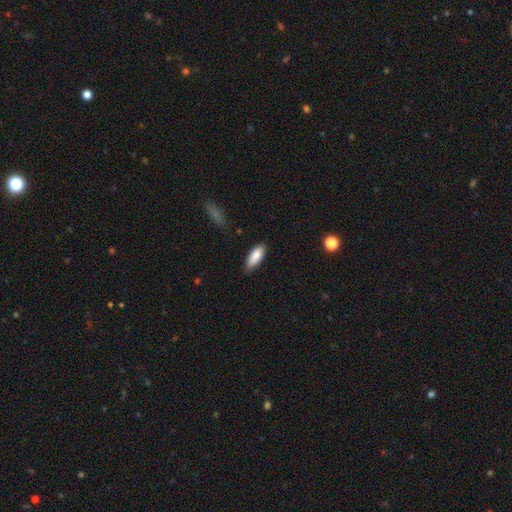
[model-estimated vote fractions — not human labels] smooth 85%, featured or disk 9%, star or artifact 6%. Down the decision tree: how rounded — in between (77%); merging — none (82%).